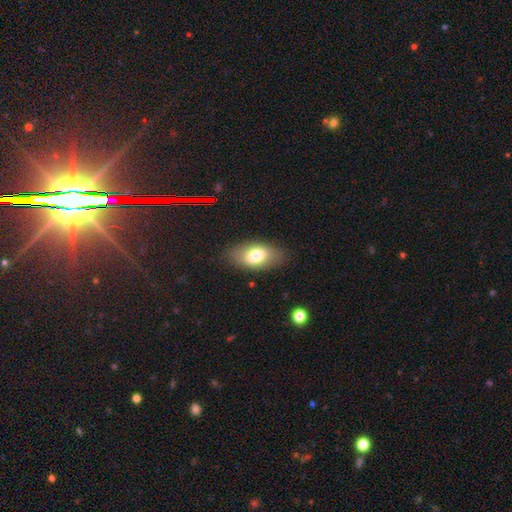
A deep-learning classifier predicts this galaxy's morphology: smooth_or_featured: smooth (p=0.72) [alt: featured or disk p=0.20]
how_rounded: in between (p=0.91) [alt: round p=0.06]
merging: none (p=0.82) [alt: minor disturbance p=0.13]